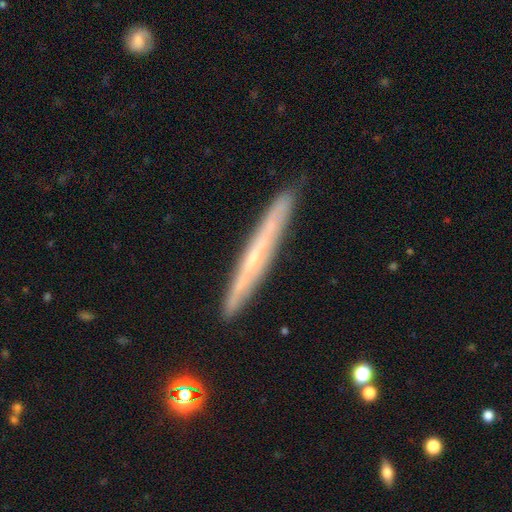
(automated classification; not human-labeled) smooth-or-featured: featured or disk: 62% | smooth: 31% | star or artifact: 7%
  disk-edge-on: yes: 92% | no: 8%
    edge-on-bulge: none: 63% | rounded: 33% | boxy: 4%
  merging: none: 89% | minor disturbance: 9% | major disturbance: 1% | merger: 1%